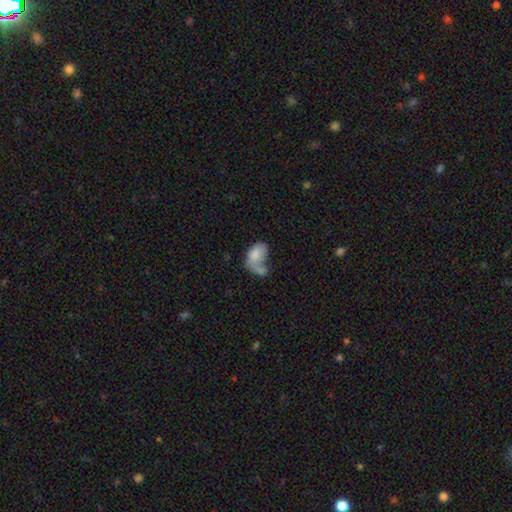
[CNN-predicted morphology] smooth-or-featured: smooth: 68% | featured or disk: 25% | star or artifact: 7%
  how-rounded: in between: 86% | round: 12% | cigar-shaped: 2%
  merging: merger: 41% | major disturbance: 27% | none: 19% | minor disturbance: 13%